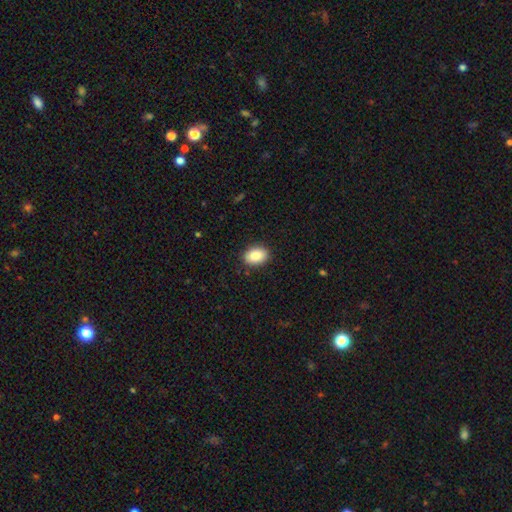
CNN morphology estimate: smooth_or_featured: smooth (p=0.88) [alt: star or artifact p=0.07]
how_rounded: in between (p=0.84) [alt: round p=0.15]
merging: none (p=0.89) [alt: minor disturbance p=0.08]